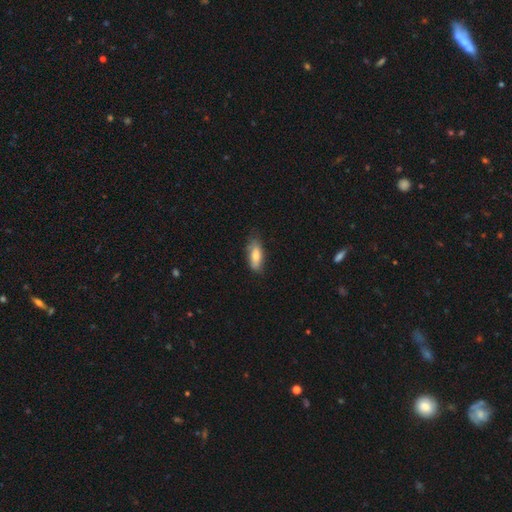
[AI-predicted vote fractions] smooth-or-featured: smooth: 75% | featured or disk: 18% | star or artifact: 7%
  how-rounded: in between: 76% | cigar-shaped: 21% | round: 2%
  merging: none: 69% | minor disturbance: 25% | major disturbance: 5% | merger: 2%